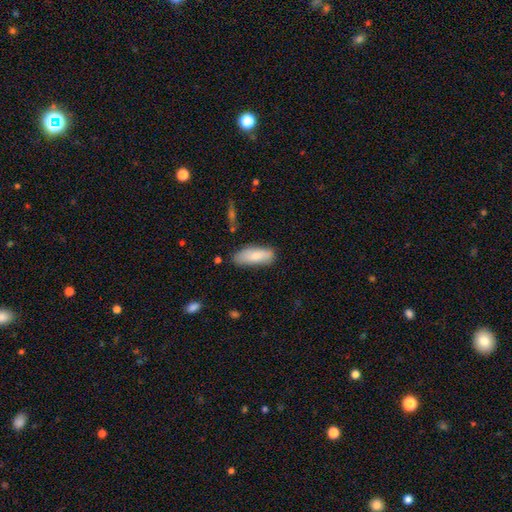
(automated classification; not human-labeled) smooth_or_featured: smooth (p=0.80) [alt: featured or disk p=0.14]
how_rounded: in between (p=0.70) [alt: cigar-shaped p=0.28]
merging: none (p=0.75) [alt: minor disturbance p=0.18]